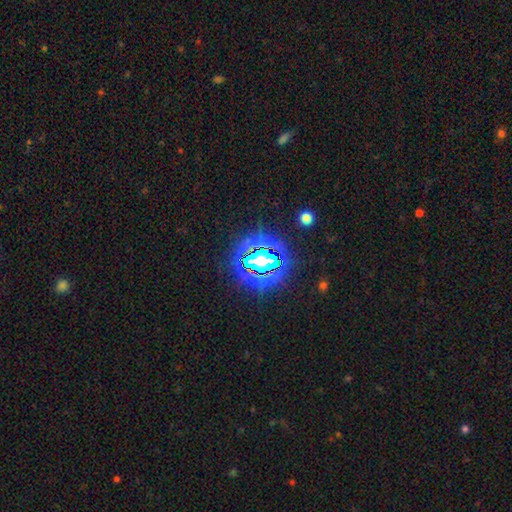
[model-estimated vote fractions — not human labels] Smooth or featured? Predicted: star or artifact (p=0.74).